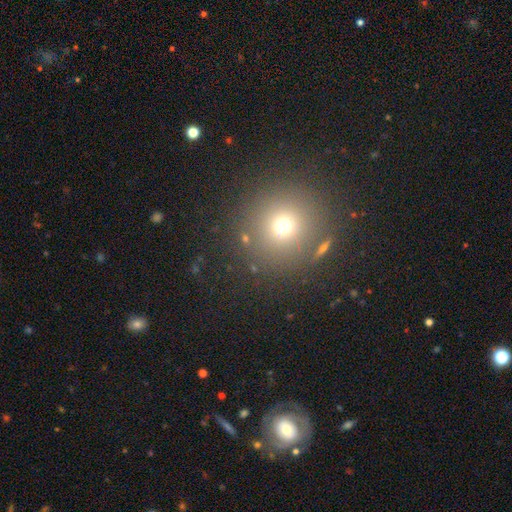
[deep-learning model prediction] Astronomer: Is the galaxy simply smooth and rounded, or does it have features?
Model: smooth — 60%.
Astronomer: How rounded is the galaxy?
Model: round — 93%.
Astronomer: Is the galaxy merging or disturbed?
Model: none — 87%.